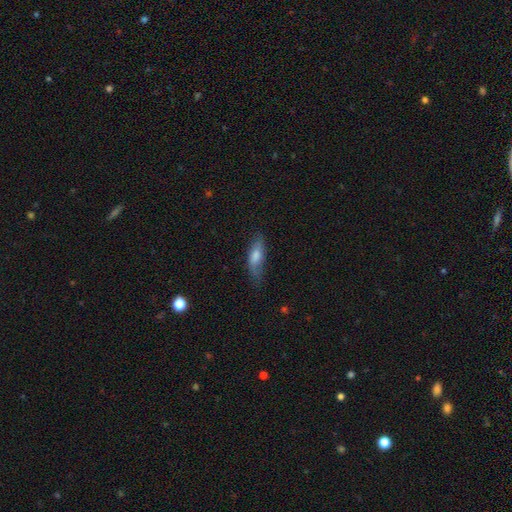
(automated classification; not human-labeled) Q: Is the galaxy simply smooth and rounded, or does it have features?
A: smooth — 63%.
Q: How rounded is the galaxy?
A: in between — 53%.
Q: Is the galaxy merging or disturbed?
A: none — 63%.